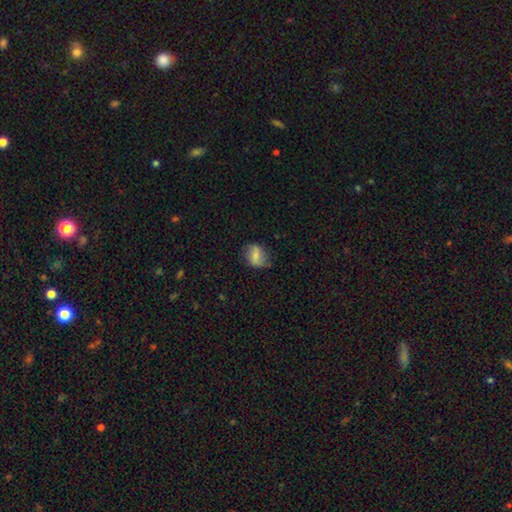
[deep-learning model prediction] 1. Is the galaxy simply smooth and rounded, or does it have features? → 61% smooth, 31% featured or disk, 8% star or artifact.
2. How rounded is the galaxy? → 56% in between, 42% round, 2% cigar-shaped.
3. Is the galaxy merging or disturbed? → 69% none, 23% minor disturbance, 6% major disturbance, 1% merger.